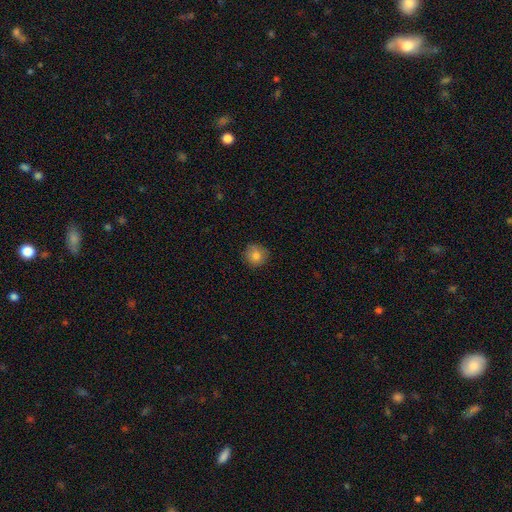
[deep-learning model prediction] smooth-or-featured: smooth: 82% | star or artifact: 10% | featured or disk: 7%
  how-rounded: round: 92% | in between: 7% | cigar-shaped: 1%
  merging: none: 88% | minor disturbance: 9% | major disturbance: 2% | merger: 1%